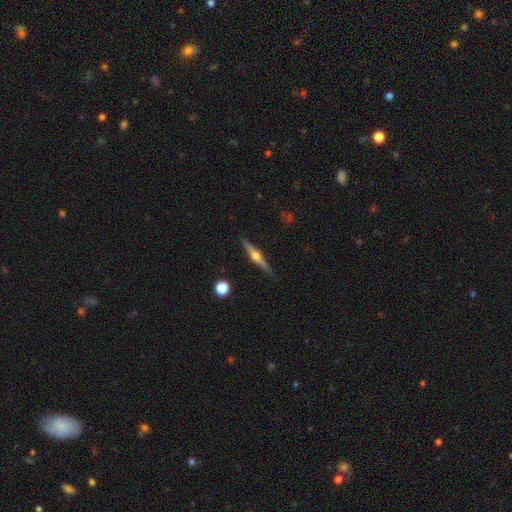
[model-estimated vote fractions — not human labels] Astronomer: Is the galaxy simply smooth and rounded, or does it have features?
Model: featured or disk — 79%.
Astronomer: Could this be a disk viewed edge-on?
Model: yes — 98%.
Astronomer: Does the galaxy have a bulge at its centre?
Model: rounded — 94%.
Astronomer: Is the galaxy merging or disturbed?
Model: none — 90%.